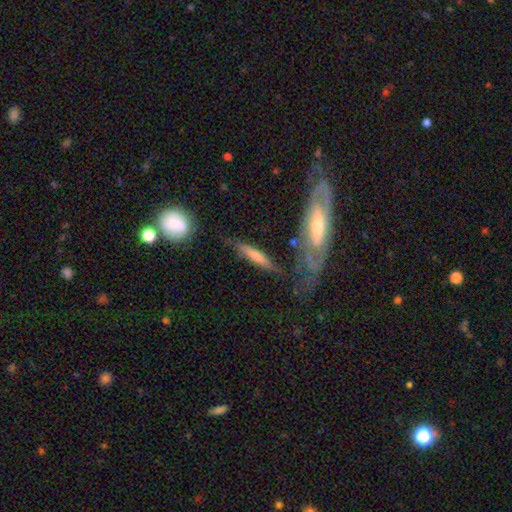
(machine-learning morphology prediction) type=smooth (51%); roundness=cigar-shaped (82%); merging=none (65%).